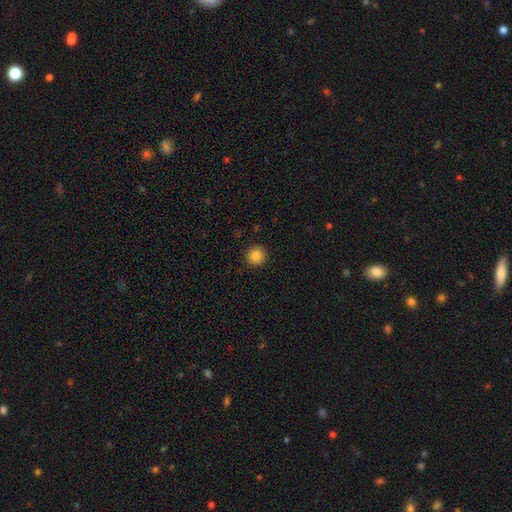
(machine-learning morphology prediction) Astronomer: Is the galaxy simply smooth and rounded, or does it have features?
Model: smooth — 85%.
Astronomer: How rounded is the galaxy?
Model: round — 95%.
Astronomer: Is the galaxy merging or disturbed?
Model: none — 92%.